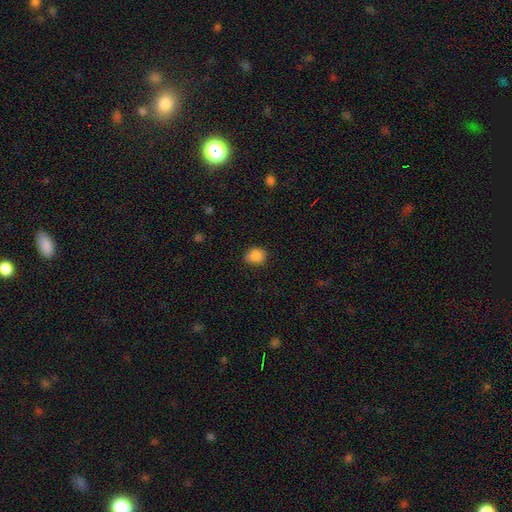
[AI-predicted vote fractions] Smooth or featured?
  - smooth: 87% *
  - star or artifact: 10%
  - featured or disk: 3%
How rounded?
  - in between: 50% *
  - round: 49%
  - cigar-shaped: 1%
Merging?
  - none: 79% *
  - minor disturbance: 16%
  - major disturbance: 4%
  - merger: 1%